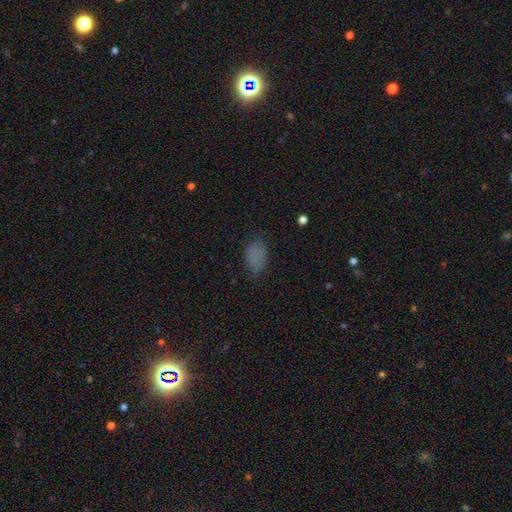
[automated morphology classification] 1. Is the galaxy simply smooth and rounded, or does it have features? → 79% smooth, 14% star or artifact, 7% featured or disk.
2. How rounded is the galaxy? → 91% in between, 6% round, 2% cigar-shaped.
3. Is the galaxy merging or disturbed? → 72% none, 20% minor disturbance, 7% major disturbance, 1% merger.